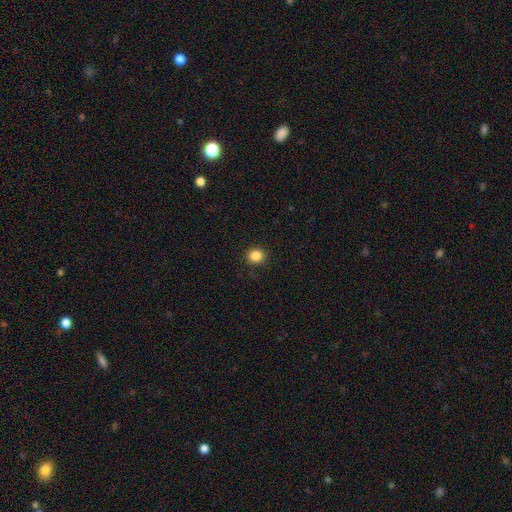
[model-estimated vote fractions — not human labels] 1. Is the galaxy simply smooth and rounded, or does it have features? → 86% smooth, 11% star or artifact, 3% featured or disk.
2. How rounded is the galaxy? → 86% round, 13% in between, 1% cigar-shaped.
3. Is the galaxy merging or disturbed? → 90% none, 7% minor disturbance, 2% major disturbance, 1% merger.